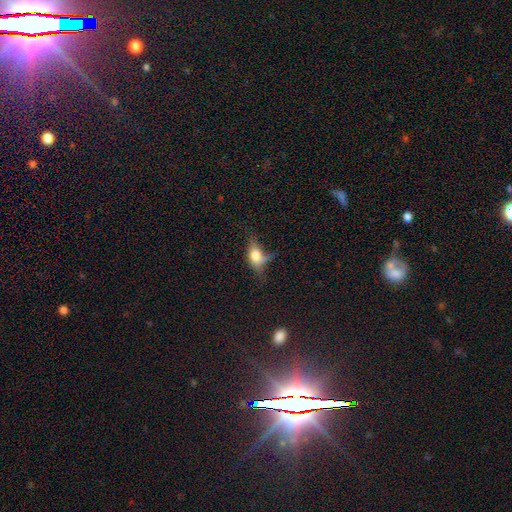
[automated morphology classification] This appears to be a smooth galaxy with no disk features (67%) that is in between round and cigar-shaped (78%). Merging: none (38%).